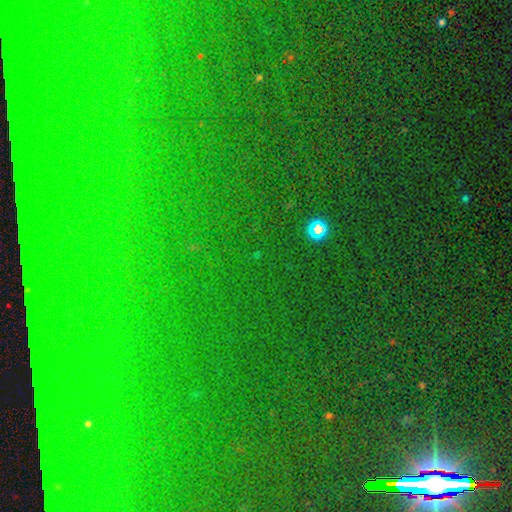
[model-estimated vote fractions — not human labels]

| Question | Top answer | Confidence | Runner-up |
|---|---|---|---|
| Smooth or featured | star or artifact | 79% | smooth (12%) |